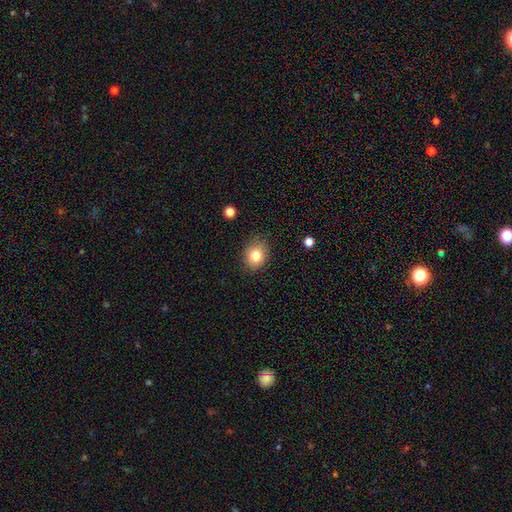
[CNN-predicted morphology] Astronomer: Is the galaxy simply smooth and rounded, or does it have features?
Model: smooth — 82%.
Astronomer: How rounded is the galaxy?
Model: round — 54% (runner-up: in between, 45%).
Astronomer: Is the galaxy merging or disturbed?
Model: none — 82%.